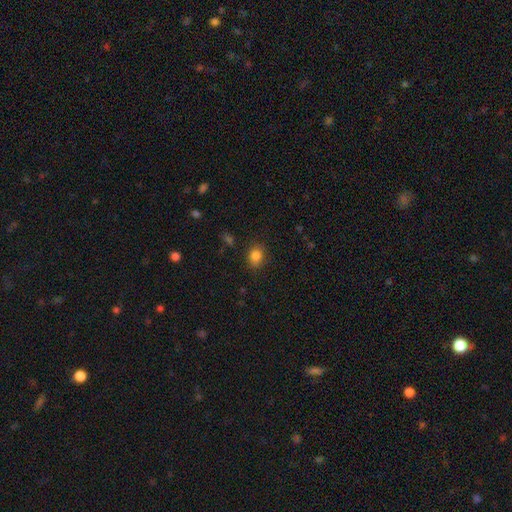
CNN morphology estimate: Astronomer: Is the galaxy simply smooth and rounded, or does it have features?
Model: smooth — 83%.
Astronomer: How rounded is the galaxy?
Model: in between — 52% (runner-up: round, 47%).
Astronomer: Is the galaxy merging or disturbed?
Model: none — 82%.